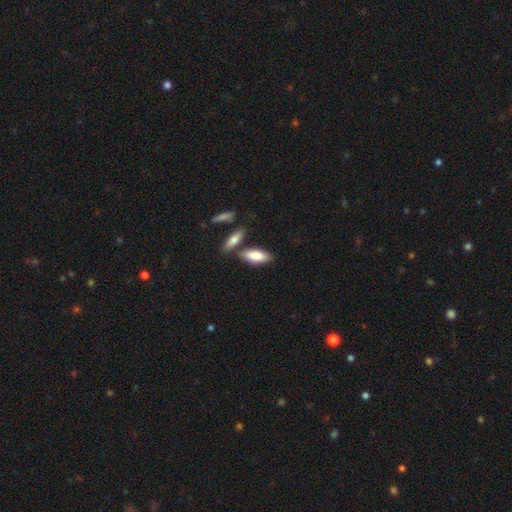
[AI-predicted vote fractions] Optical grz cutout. It shows a smooth galaxy with no disk features (83%) that is in between round and cigar-shaped (79%). Merging: none (68%).